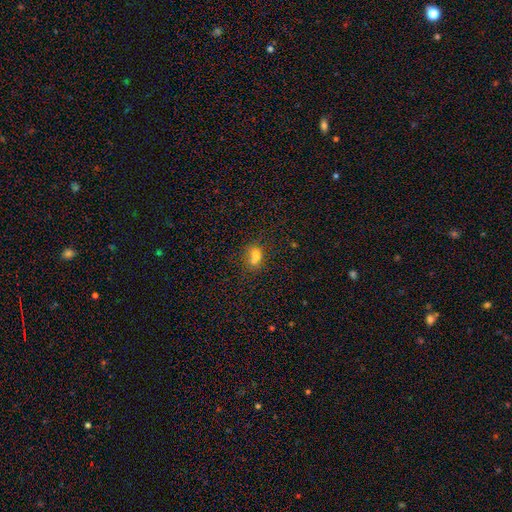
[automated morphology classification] Smooth or featured: smooth — 65% (star or artifact — 21%)
How rounded: in between — 49% (round — 47%)
Merging: none — 41% (merger — 38%)